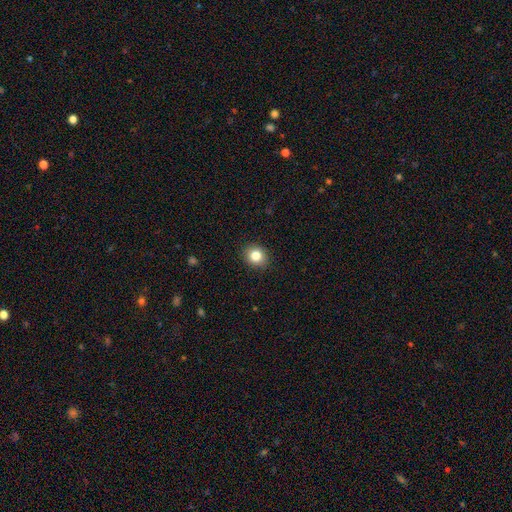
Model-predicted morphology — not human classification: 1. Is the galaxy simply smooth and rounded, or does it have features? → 83% smooth, 10% star or artifact, 7% featured or disk.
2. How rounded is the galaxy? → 72% round, 27% in between, 1% cigar-shaped.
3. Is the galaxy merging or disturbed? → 90% none, 7% minor disturbance, 2% major disturbance, 1% merger.